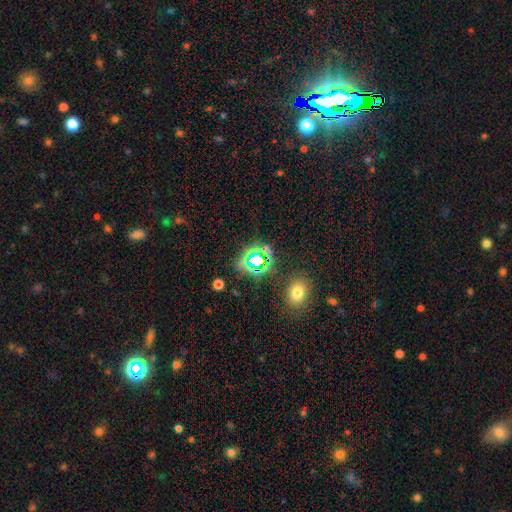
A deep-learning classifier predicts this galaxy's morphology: The model was most divided on "smooth or featured": star or artifact: 64%, smooth: 25%, featured or disk: 11%.